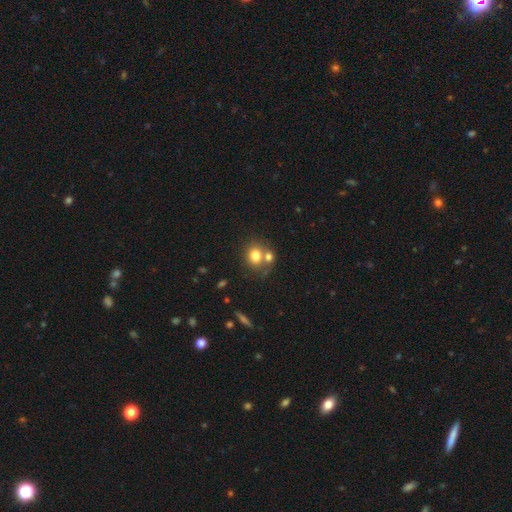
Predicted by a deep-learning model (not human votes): Smooth or featured?
  - smooth: 77% *
  - featured or disk: 12%
  - star or artifact: 11%
How rounded?
  - round: 69% *
  - in between: 30%
  - cigar-shaped: 1%
Merging?
  - none: 46% *
  - merger: 41%
  - minor disturbance: 9%
  - major disturbance: 4%